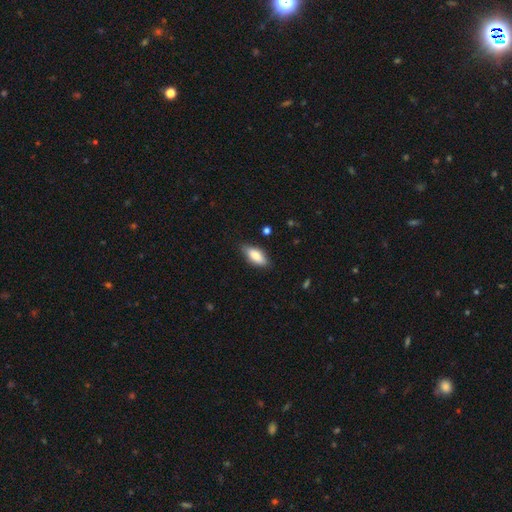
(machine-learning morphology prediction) A smooth galaxy with no disk features (82%) that is in between round and cigar-shaped (83%).

Vote fractions:
- Smooth or featured? smooth: 82% / featured or disk: 12% / star or artifact: 6%
- How rounded? in between: 83% / cigar-shaped: 15% / round: 2%
- Merging? none: 80% / minor disturbance: 16% / major disturbance: 3% / merger: 1%